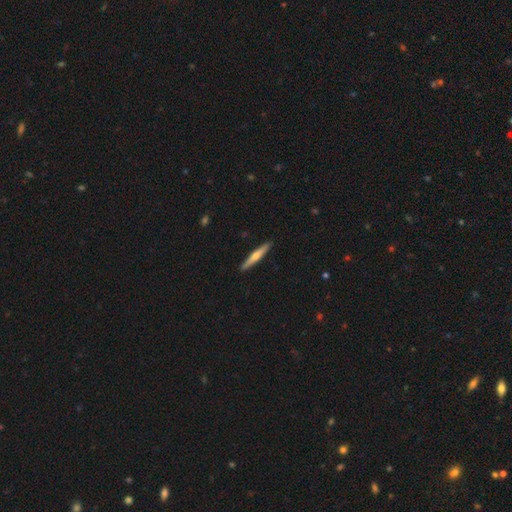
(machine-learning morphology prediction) Overall: featured or disk (53%; smooth 42%). Edge-on disk: yes (96%). Edge-on bulge: rounded (83%). Merging: none (92%).